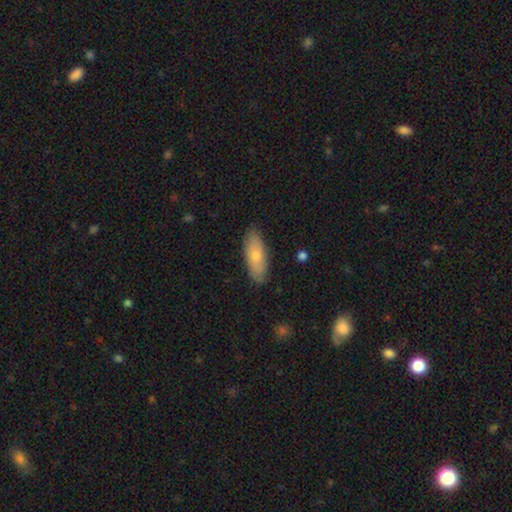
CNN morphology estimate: A smooth galaxy with no disk features (74%) that is in between round and cigar-shaped (73%).

Vote fractions:
- Smooth or featured? smooth: 74% / featured or disk: 21% / star or artifact: 5%
- How rounded? in between: 73% / cigar-shaped: 25% / round: 2%
- Merging? none: 84% / minor disturbance: 13% / major disturbance: 2% / merger: 1%